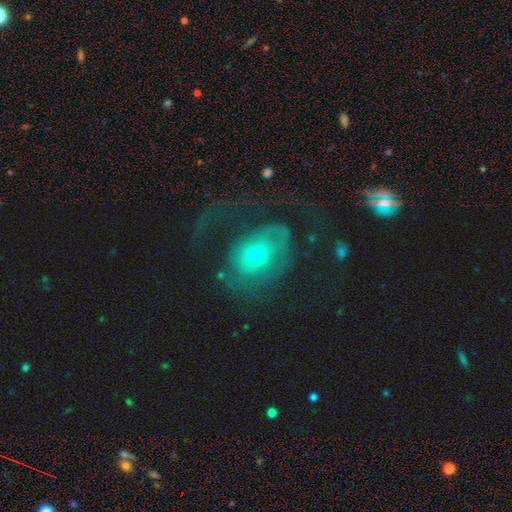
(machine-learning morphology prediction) Smooth or featured?
  - featured or disk: 52% *
  - smooth: 38%
  - star or artifact: 11%
Edge-on disk?
  - no: 95% *
  - yes: 5%
Merging?
  - major disturbance: 54% *
  - none: 27%
  - minor disturbance: 16%
  - merger: 3%